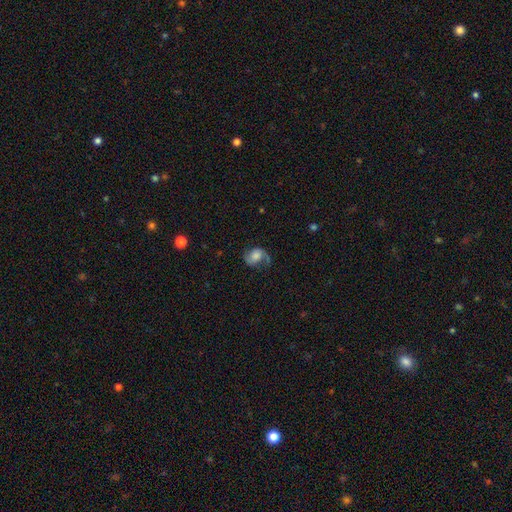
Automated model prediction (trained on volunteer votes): A featured or disk galaxy (55%) with no bar (68%), spiral arms (89%) and a moderate central bulge (35%). Merging: none (49%).